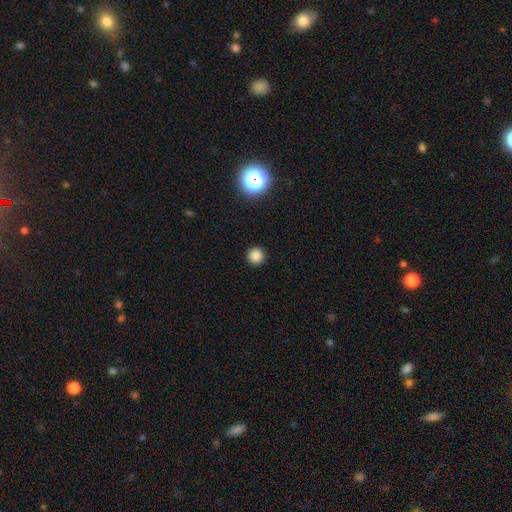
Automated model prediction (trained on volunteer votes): Smooth or featured? smooth (83%)
How rounded? round (96%)
Merging? none (93%)